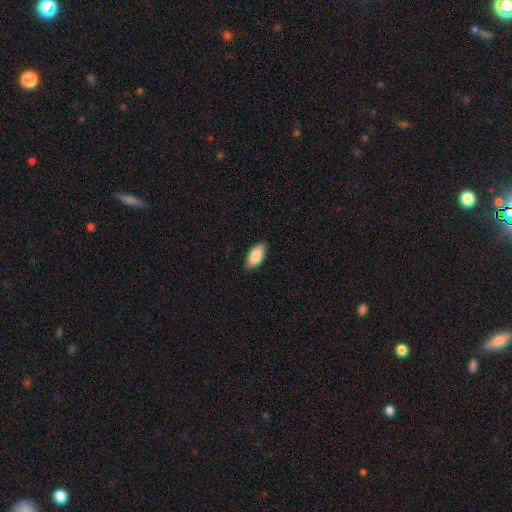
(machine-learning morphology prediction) type=smooth (89%); roundness=in between (92%); merging=none (85%).